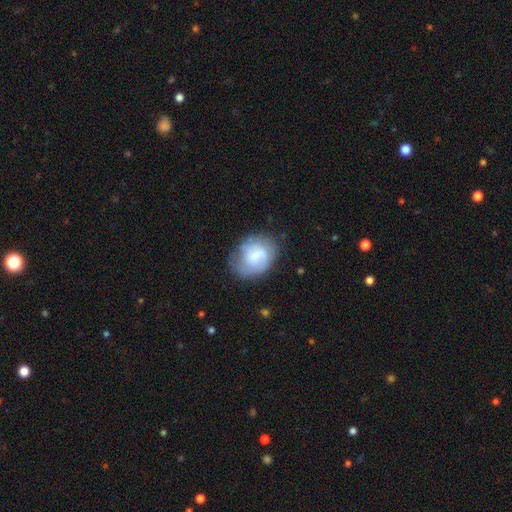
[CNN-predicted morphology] The model was most divided on "smooth or featured": smooth: 53%, featured or disk: 39%, star or artifact: 8%. More confident: how rounded — in between (58%); merging — none (57%).